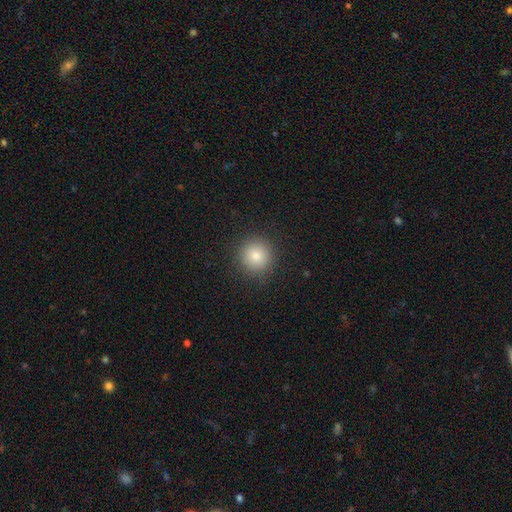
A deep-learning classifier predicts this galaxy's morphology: Smooth or featured? smooth (82%)
How rounded? round (94%)
Merging? none (91%)